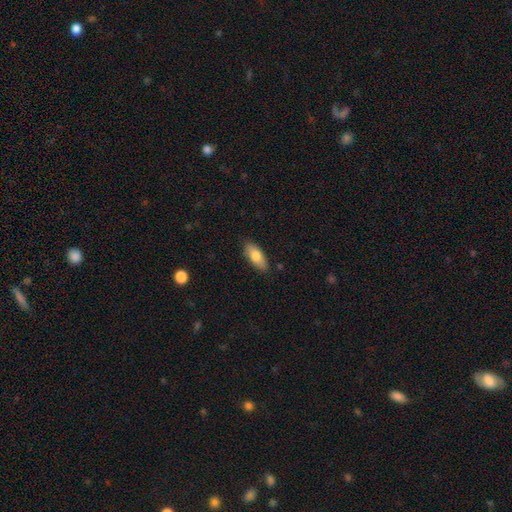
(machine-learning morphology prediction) smooth_or_featured: smooth (p=0.77) [alt: featured or disk p=0.16]
how_rounded: in between (p=0.82) [alt: cigar-shaped p=0.15]
merging: none (p=0.84) [alt: minor disturbance p=0.12]